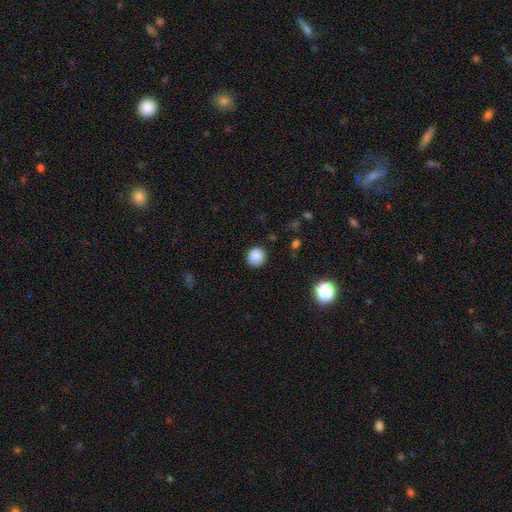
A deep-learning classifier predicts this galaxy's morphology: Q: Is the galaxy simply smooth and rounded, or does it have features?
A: smooth — 87%.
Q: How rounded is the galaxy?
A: round — 88%.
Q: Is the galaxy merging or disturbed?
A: none — 86%.